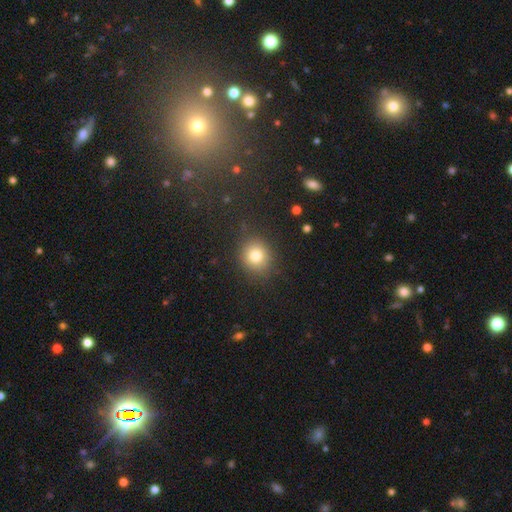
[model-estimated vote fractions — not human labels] Q: Smooth or featured?
A: smooth (79%); runner-up: star or artifact (12%)
Q: How rounded?
A: round (79%); runner-up: in between (20%)
Q: Merging?
A: none (86%); runner-up: minor disturbance (9%)